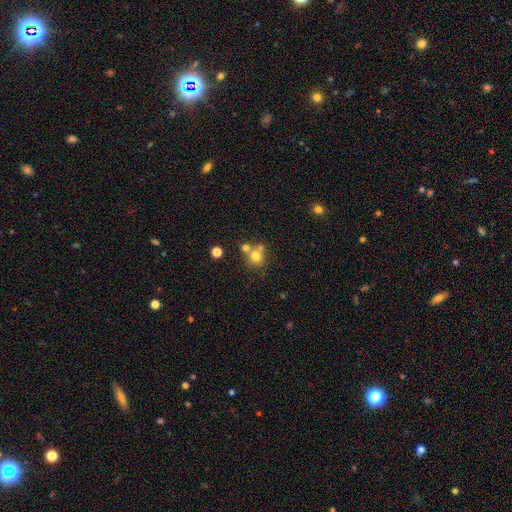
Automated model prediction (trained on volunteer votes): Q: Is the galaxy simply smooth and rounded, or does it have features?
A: smooth — 73%.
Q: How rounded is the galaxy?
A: round — 86%.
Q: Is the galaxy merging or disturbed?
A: none — 51%.